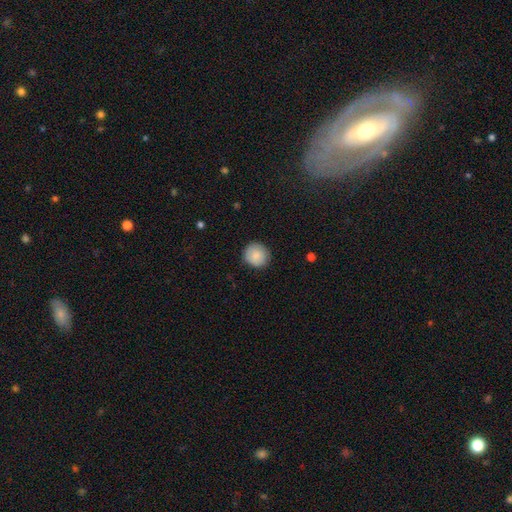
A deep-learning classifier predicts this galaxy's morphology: Smooth or featured?
  - smooth: 83% *
  - featured or disk: 10%
  - star or artifact: 7%
How rounded?
  - round: 91% *
  - in between: 8%
  - cigar-shaped: 1%
Merging?
  - none: 86% *
  - minor disturbance: 10%
  - major disturbance: 2%
  - merger: 1%